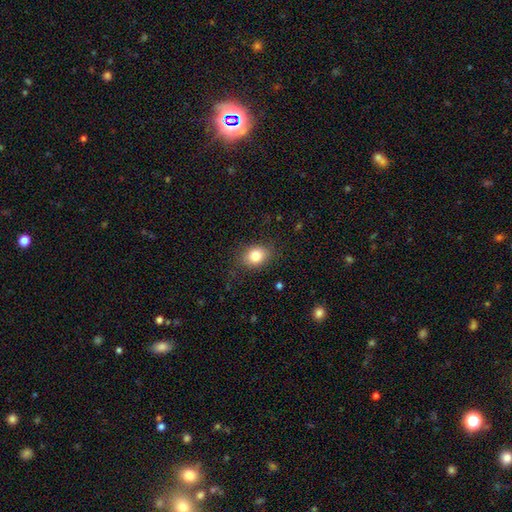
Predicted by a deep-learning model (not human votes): A smooth galaxy with no disk features (83%) that is in between round and cigar-shaped (62%).

Vote fractions:
- Smooth or featured? smooth: 83% / star or artifact: 9% / featured or disk: 8%
- How rounded? in between: 62% / round: 37% / cigar-shaped: 1%
- Merging? none: 83% / minor disturbance: 12% / major disturbance: 4% / merger: 1%